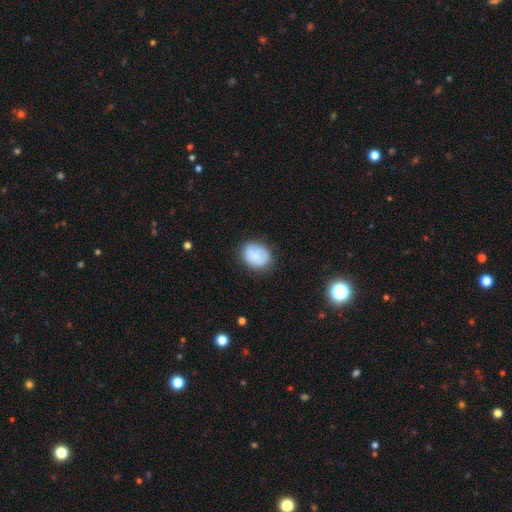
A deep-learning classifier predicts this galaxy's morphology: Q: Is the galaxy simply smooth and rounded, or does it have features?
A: smooth — 79%.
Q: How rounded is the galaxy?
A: in between — 51%.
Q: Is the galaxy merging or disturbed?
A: none — 76%.